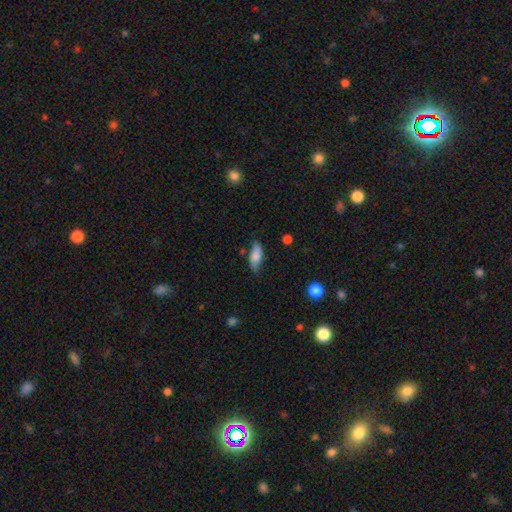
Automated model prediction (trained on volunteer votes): The model was most divided on "merging": none: 70%, minor disturbance: 23%, major disturbance: 4%, merger: 3%. More confident: smooth or featured — smooth (79%); how rounded — in between (76%).